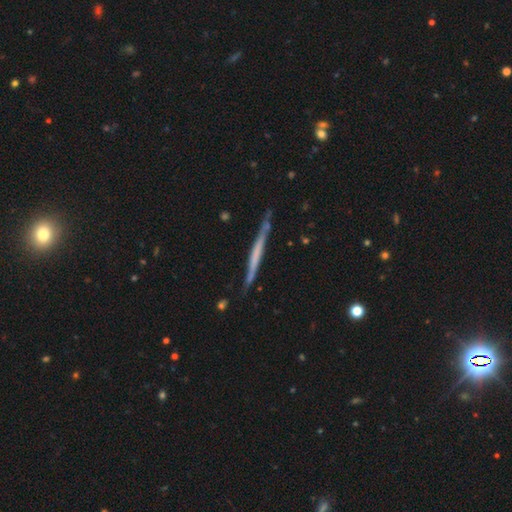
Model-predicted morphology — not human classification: smooth_or_featured: featured or disk (p=0.58) [alt: smooth p=0.37]
disk_edge_on: yes (p=0.96) [alt: no p=0.04]
edge_on_bulge: none (p=0.81) [alt: boxy p=0.10]
merging: none (p=0.81) [alt: minor disturbance p=0.14]